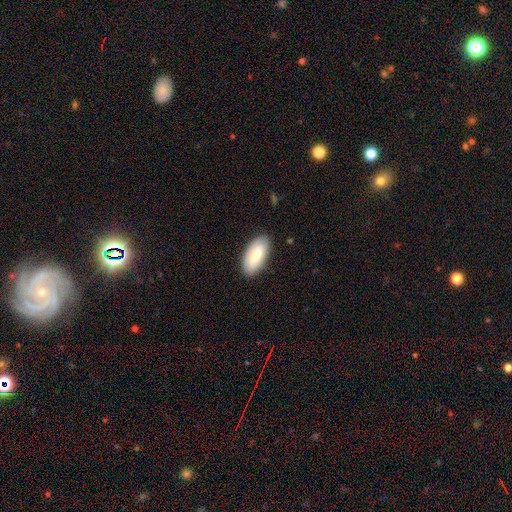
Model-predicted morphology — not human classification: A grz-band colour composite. It shows a smooth galaxy with no disk features (76%) that is in between round and cigar-shaped (93%). Merging: none (87%).